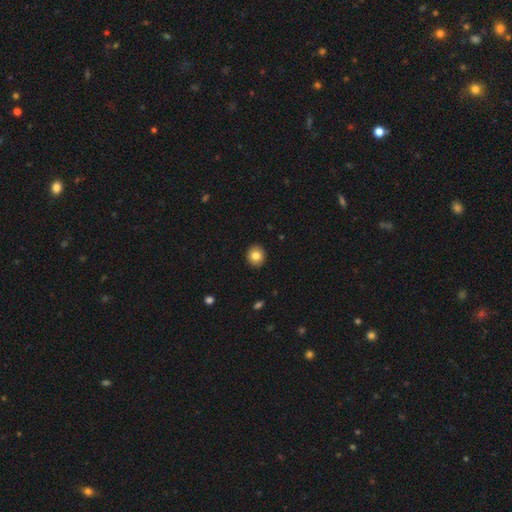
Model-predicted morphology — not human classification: smooth-or-featured: smooth: 82% | star or artifact: 9% | featured or disk: 9%
  how-rounded: round: 80% | in between: 19% | cigar-shaped: 1%
  merging: none: 92% | minor disturbance: 6% | major disturbance: 1% | merger: 1%